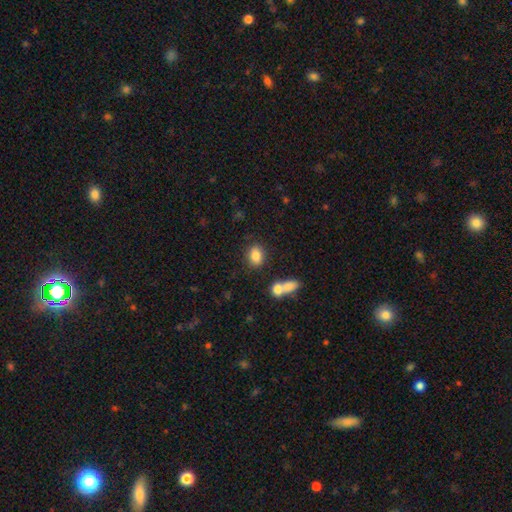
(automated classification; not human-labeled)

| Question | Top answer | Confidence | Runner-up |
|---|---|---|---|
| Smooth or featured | smooth | 84% | star or artifact (9%) |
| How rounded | in between | 70% | round (28%) |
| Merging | none | 77% | minor disturbance (11%) |